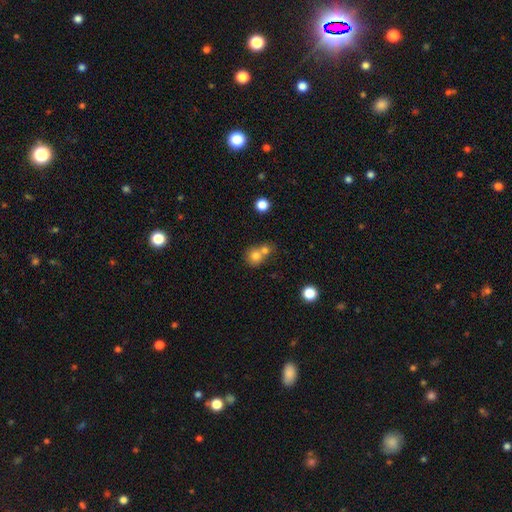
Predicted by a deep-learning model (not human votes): Smooth or featured? Predicted: smooth (p=0.75). How rounded? Predicted: round (p=0.83). Merging? Predicted: merger (p=0.53).